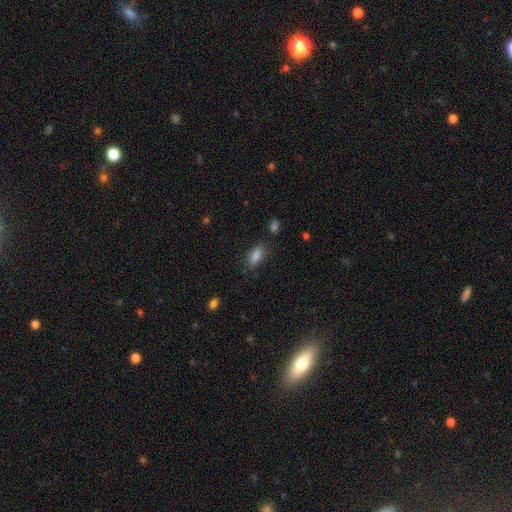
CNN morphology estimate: smooth_or_featured: smooth (p=0.85) [alt: star or artifact p=0.09]
how_rounded: in between (p=0.84) [alt: cigar-shaped p=0.12]
merging: none (p=0.79) [alt: minor disturbance p=0.14]